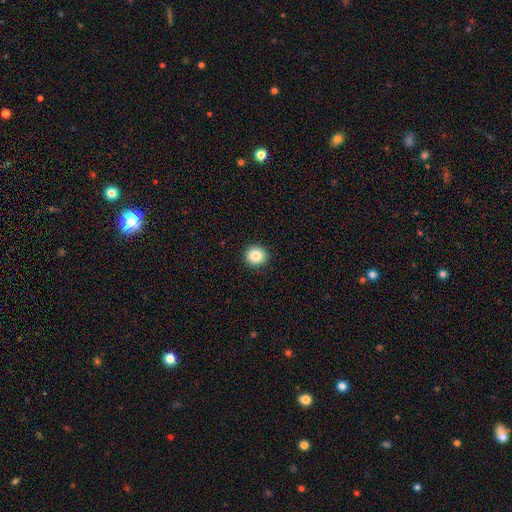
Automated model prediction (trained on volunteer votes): smooth_or_featured: smooth (p=0.85) [alt: star or artifact p=0.09]
how_rounded: round (p=0.92) [alt: in between p=0.07]
merging: none (p=0.92) [alt: minor disturbance p=0.05]